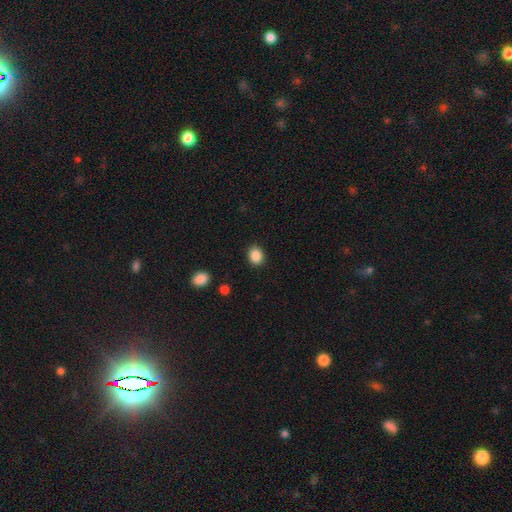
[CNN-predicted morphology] Smooth or featured? smooth (88%)
How rounded? in between (52%)
Merging? none (89%)